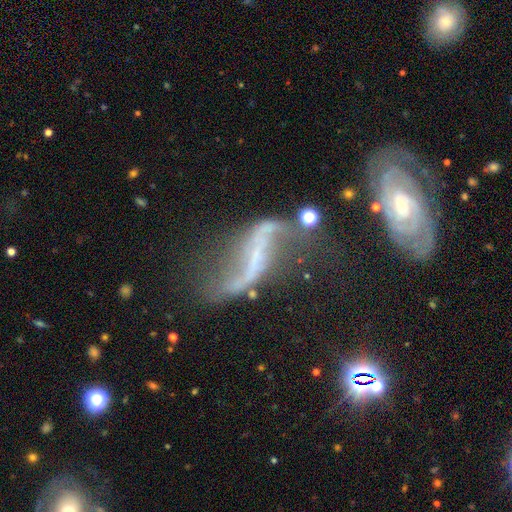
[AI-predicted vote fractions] A featured or disk galaxy (82%) with a strong bar (43%), 2 (88%) loose (90%) spiral arms (87%) and no central bulge (44%, tied with small). Merging: none (43%).